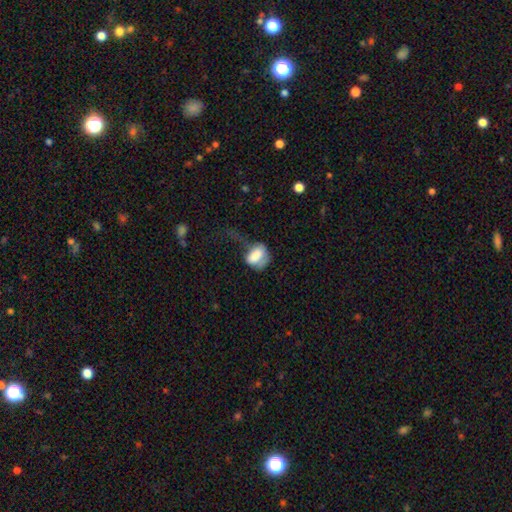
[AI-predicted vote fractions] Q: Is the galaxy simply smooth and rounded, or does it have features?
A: smooth — 71%.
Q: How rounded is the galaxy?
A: in between — 75%.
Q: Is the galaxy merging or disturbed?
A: major disturbance — 50%.